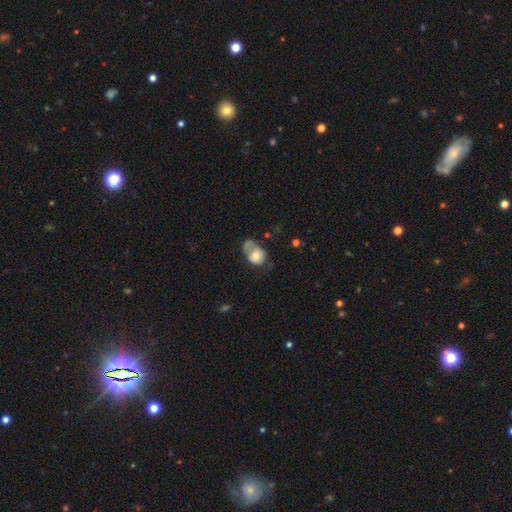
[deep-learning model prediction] Overall: smooth (70%). How rounded: in between (59%; round 40%). Merging: major disturbance (33%; minor disturbance 26%).